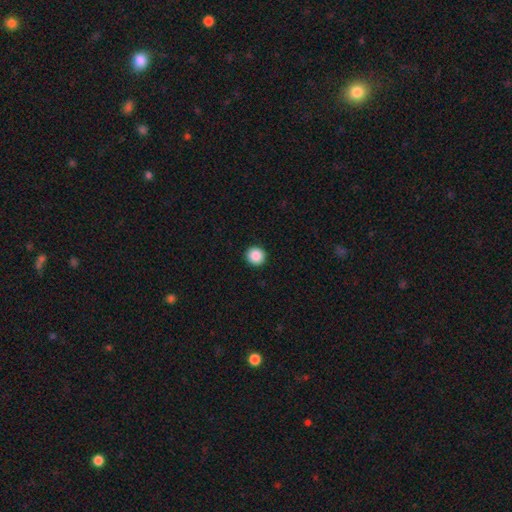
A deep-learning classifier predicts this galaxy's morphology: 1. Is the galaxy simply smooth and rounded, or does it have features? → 89% smooth, 9% star or artifact, 2% featured or disk.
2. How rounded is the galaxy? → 95% round, 4% in between, 1% cigar-shaped.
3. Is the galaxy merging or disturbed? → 94% none, 4% minor disturbance, 1% major disturbance, 1% merger.